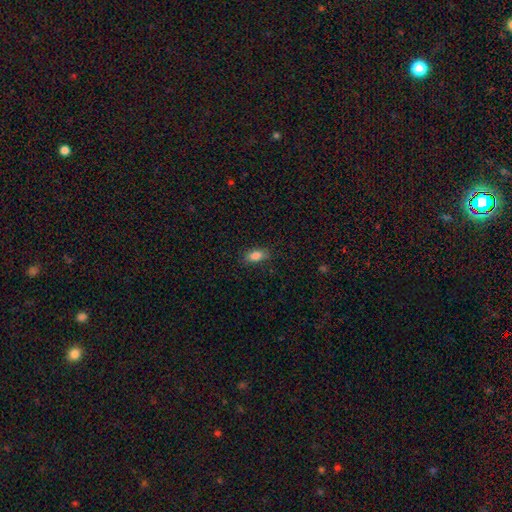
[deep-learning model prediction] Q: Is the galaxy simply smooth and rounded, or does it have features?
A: smooth — 85%.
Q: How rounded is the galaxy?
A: in between — 87%.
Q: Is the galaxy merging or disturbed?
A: none — 85%.